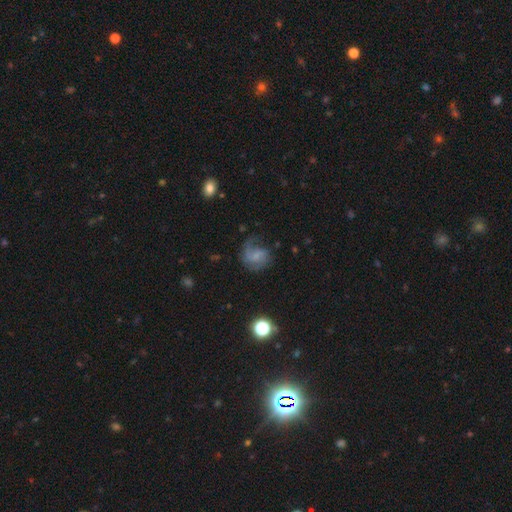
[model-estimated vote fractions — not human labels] This is possibly a featured or disk galaxy (58%). It is clearly not viewed edge-on (98%). Bar: possibly no (55%). Spiral arm pattern: clearly yes (86%). Central bulge: marginally none (42%). Merging: marginally none (44%).